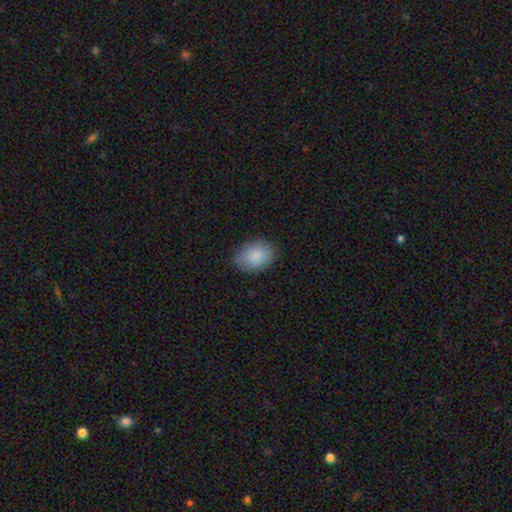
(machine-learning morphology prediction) type=smooth (87%); roundness=in between (72%); merging=none (73%).